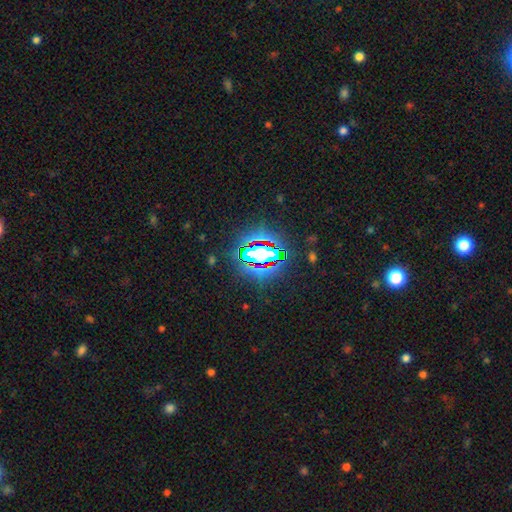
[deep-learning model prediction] Overall: star or artifact (69%).